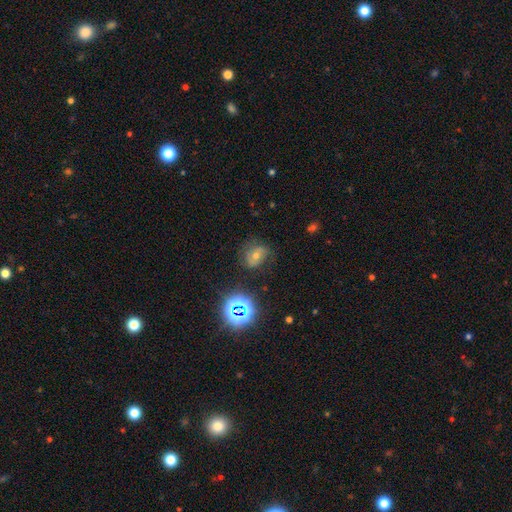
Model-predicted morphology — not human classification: Q: Smooth or featured?
A: featured or disk (41%); runner-up: smooth (30%)
Q: Merging?
A: none (67%); runner-up: minor disturbance (21%)